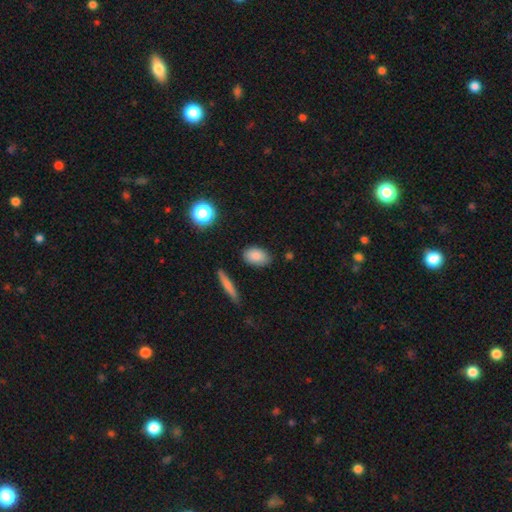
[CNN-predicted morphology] Overall: smooth (84%). How rounded: in between (87%). Merging: none (82%).